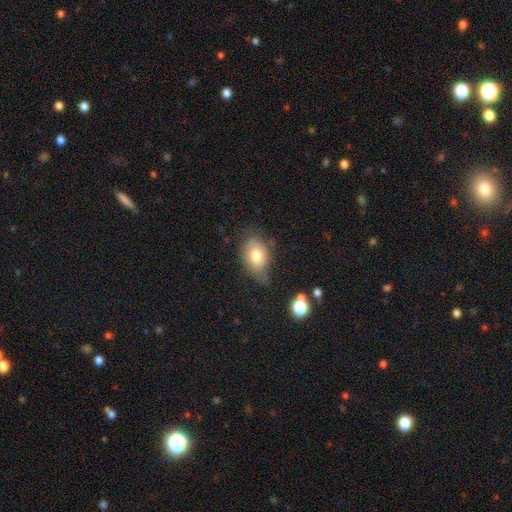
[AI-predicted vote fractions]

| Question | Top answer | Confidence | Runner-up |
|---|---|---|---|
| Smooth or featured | smooth | 71% | featured or disk (20%) |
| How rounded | in between | 84% | round (14%) |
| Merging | none | 48% | minor disturbance (36%) |